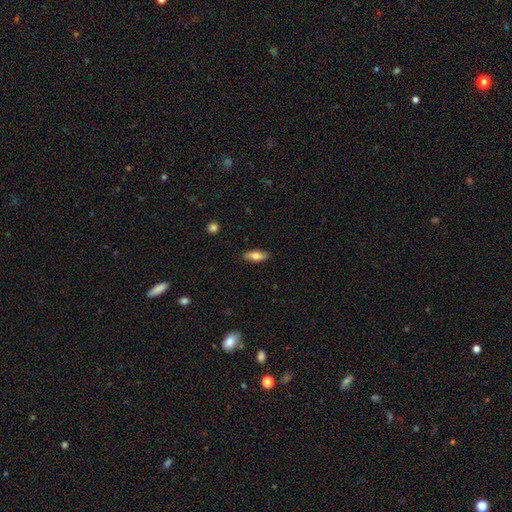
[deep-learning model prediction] smooth-or-featured: smooth: 76% | featured or disk: 18% | star or artifact: 6%
  how-rounded: in between: 72% | cigar-shaped: 25% | round: 3%
  merging: none: 86% | minor disturbance: 11% | major disturbance: 2% | merger: 1%